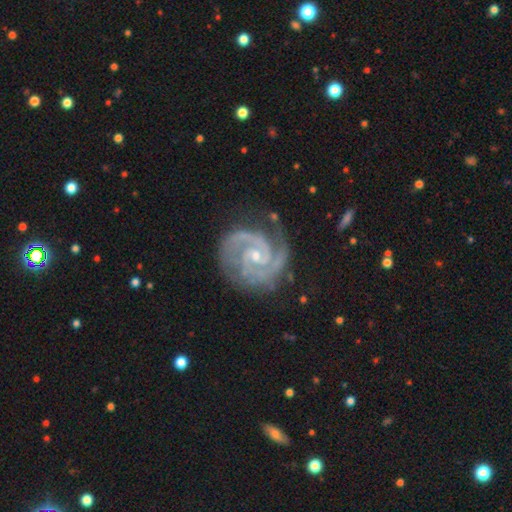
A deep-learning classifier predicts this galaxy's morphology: This appears to be a featured or disk galaxy (93%) with no bar (54%), 2 (74%) tight (63%) spiral arms (99%) and a small central bulge (67%). Merging: none (74%).